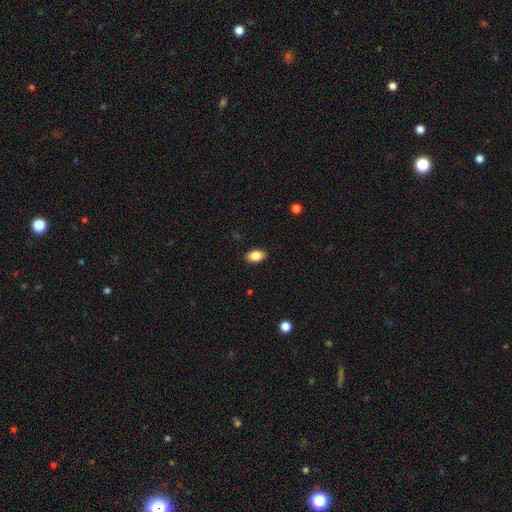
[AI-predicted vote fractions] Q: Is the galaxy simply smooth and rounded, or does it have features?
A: smooth — 84%.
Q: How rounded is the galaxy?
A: in between — 91%.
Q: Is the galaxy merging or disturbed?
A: none — 89%.